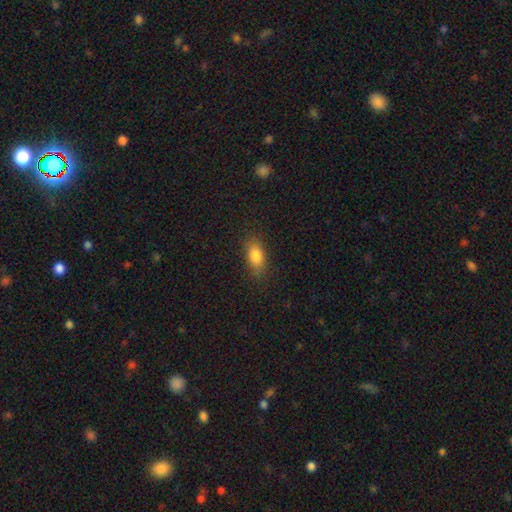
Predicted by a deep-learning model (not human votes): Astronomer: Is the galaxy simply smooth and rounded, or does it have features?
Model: smooth — 82%.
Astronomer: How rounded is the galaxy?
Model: in between — 84%.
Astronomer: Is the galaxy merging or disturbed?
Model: none — 81%.